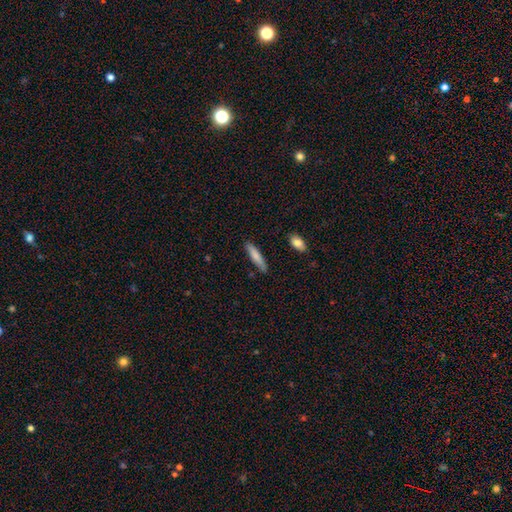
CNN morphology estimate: smooth_or_featured: smooth (p=0.79) [alt: featured or disk p=0.15]
how_rounded: cigar-shaped (p=0.83) [alt: in between p=0.16]
merging: none (p=0.84) [alt: minor disturbance p=0.12]